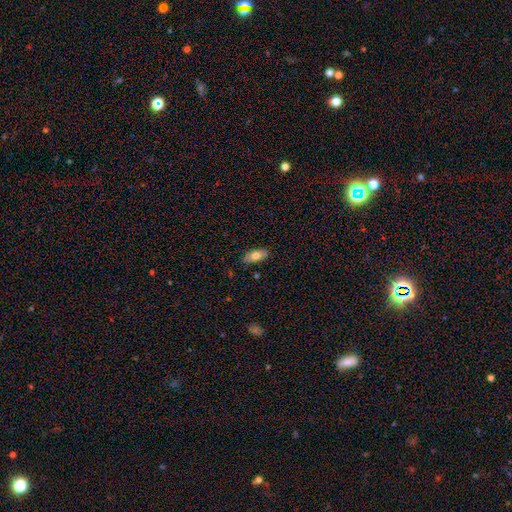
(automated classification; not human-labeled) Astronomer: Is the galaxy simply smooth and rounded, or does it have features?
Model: smooth — 72%.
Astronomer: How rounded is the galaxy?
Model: in between — 87%.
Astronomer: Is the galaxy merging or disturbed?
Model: none — 84%.